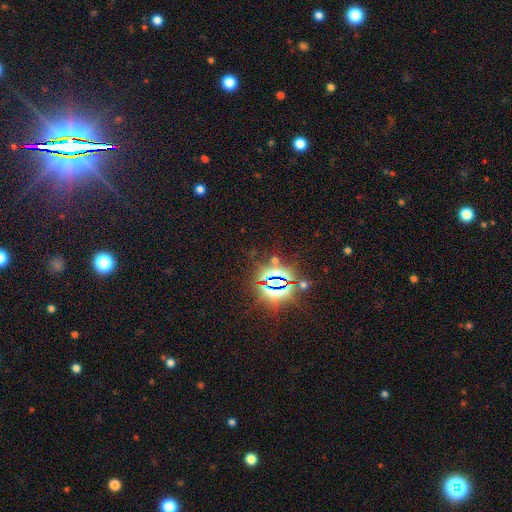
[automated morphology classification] type=star or artifact (83%).